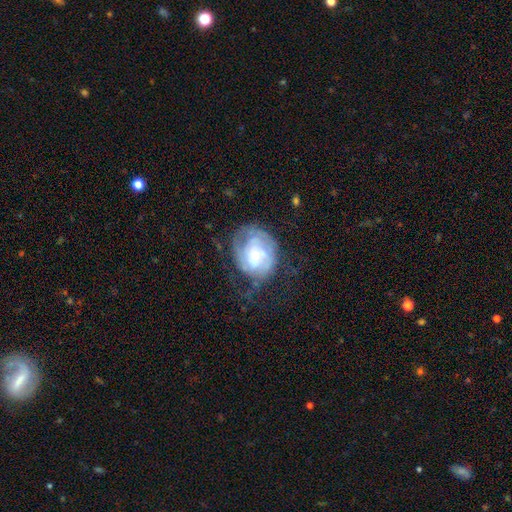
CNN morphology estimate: smooth_or_featured: featured or disk (p=0.67) [alt: smooth p=0.26]
disk_edge_on: no (p=0.97) [alt: yes p=0.03]
bar: no (p=0.72) [alt: weak p=0.24]
has_spiral_arms: yes (p=0.79) [alt: no p=0.21]
spiral_winding: tight (p=0.52) [alt: medium p=0.33]
spiral_arm_count: can't tell (p=0.44) [alt: 2 p=0.29]
bulge_size: small (p=0.60) [alt: moderate p=0.27]
merging: none (p=0.42) [alt: major disturbance p=0.29]